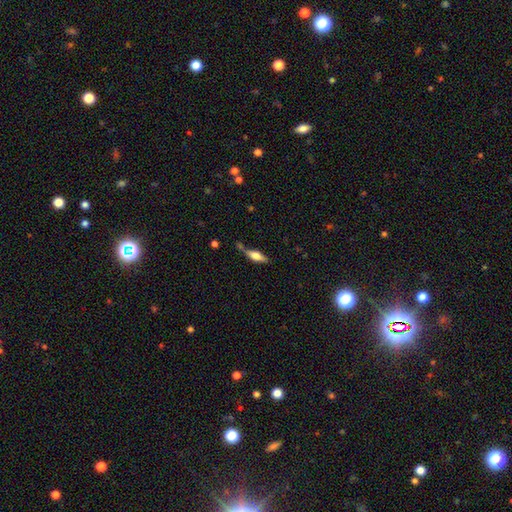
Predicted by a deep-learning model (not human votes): A featured or disk galaxy (48%).

Vote fractions:
- Smooth or featured? featured or disk: 48% / smooth: 45% / star or artifact: 7%
- Merging? none: 61% / minor disturbance: 21% / merger: 10% / major disturbance: 7%